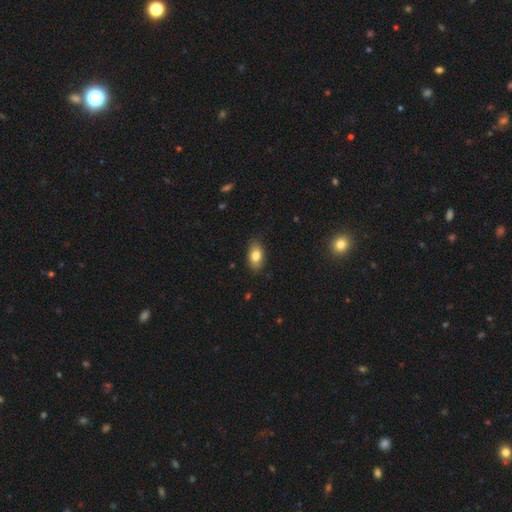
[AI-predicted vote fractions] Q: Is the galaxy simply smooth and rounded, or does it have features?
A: smooth — 83%.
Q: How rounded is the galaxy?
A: in between — 91%.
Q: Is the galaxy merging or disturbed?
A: none — 84%.